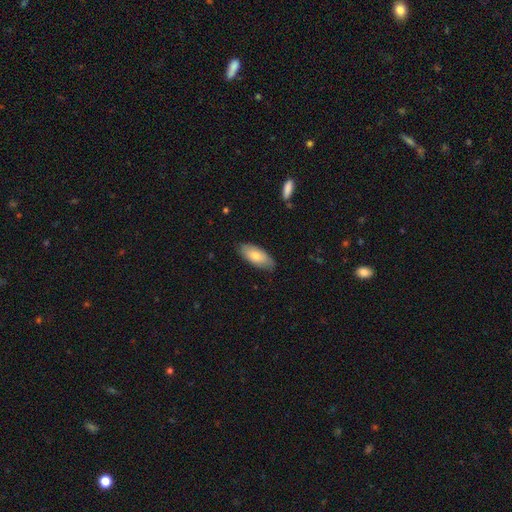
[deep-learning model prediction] Smooth or featured?
  - smooth: 75% *
  - featured or disk: 19%
  - star or artifact: 6%
How rounded?
  - in between: 88% *
  - cigar-shaped: 10%
  - round: 2%
Merging?
  - none: 80% *
  - minor disturbance: 16%
  - major disturbance: 2%
  - merger: 1%